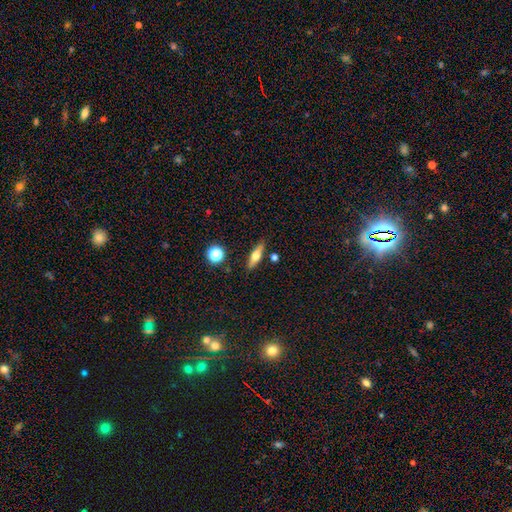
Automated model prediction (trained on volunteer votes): smooth 50%, featured or disk 42%, star or artifact 8%. Down the decision tree: merging — none (84%).